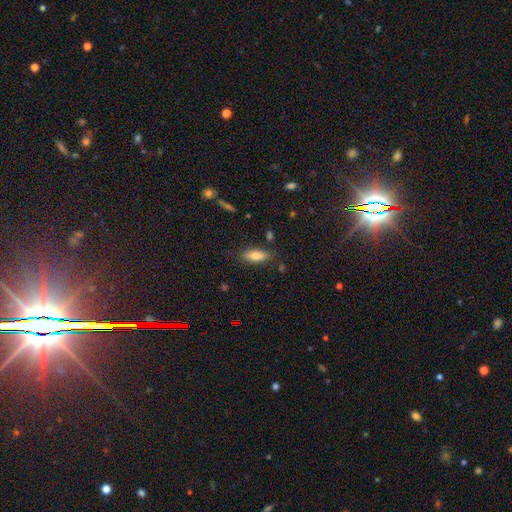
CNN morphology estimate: smooth-or-featured: smooth: 77% | featured or disk: 14% | star or artifact: 8%
  how-rounded: in between: 72% | cigar-shaped: 26% | round: 3%
  merging: none: 81% | minor disturbance: 13% | major disturbance: 3% | merger: 3%